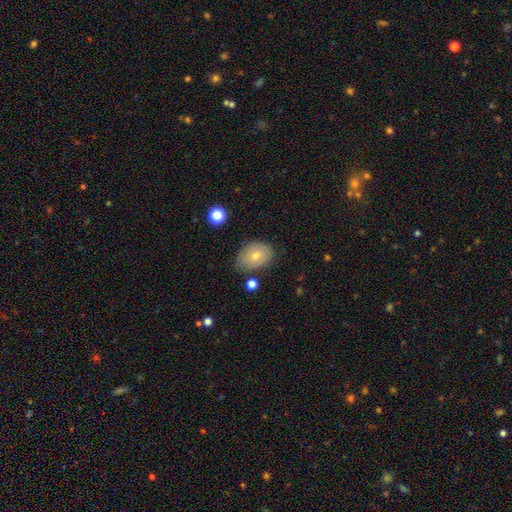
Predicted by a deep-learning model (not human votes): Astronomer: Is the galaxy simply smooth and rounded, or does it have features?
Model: smooth — 66%.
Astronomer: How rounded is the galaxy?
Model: in between — 73%.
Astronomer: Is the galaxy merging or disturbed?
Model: none — 72%.